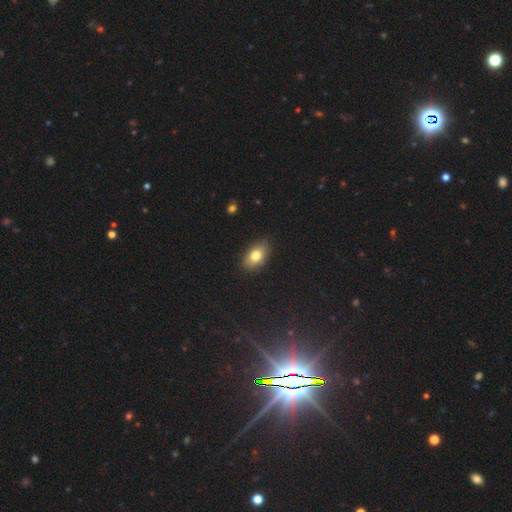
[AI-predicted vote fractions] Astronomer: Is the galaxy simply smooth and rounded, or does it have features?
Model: smooth — 79%.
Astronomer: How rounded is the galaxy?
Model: in between — 89%.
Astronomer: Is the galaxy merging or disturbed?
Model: none — 84%.